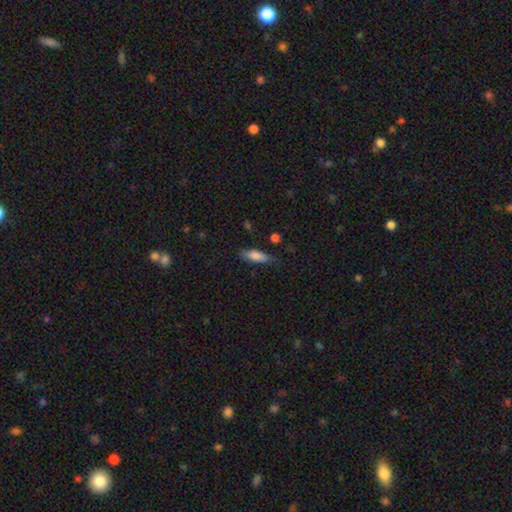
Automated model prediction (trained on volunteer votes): Q: Smooth or featured?
A: smooth (80%); runner-up: featured or disk (14%)
Q: How rounded?
A: in between (58%); runner-up: cigar-shaped (39%)
Q: Merging?
A: none (72%); runner-up: minor disturbance (21%)